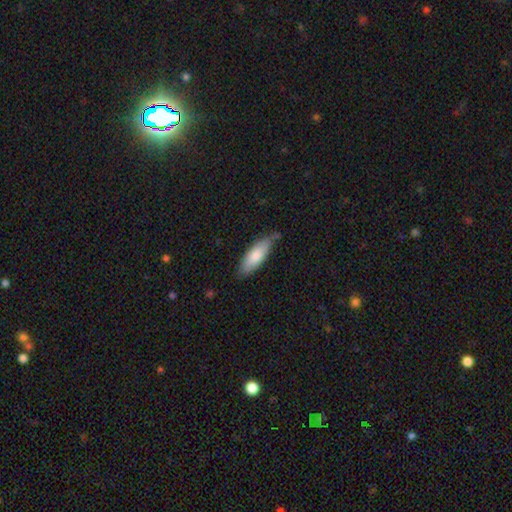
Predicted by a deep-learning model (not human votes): Q: Smooth or featured?
A: smooth (79%); runner-up: featured or disk (16%)
Q: How rounded?
A: in between (61%); runner-up: cigar-shaped (38%)
Q: Merging?
A: none (70%); runner-up: minor disturbance (23%)